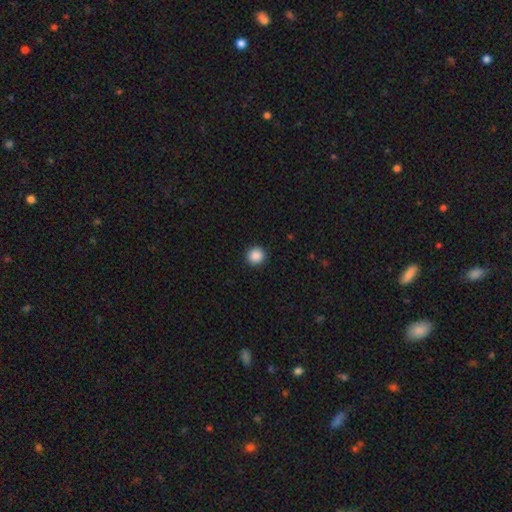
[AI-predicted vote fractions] Overall: smooth (89%). How rounded: round (93%). Merging: none (93%).